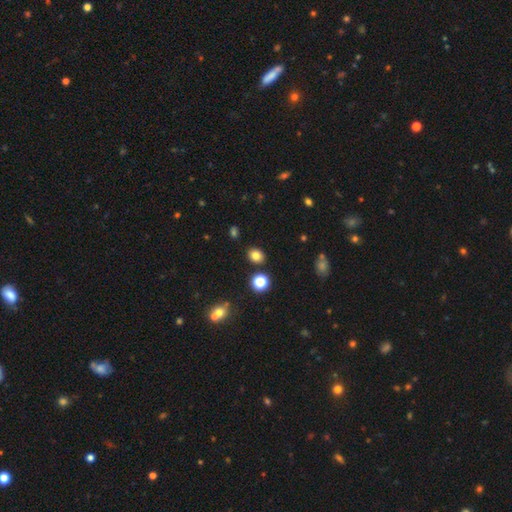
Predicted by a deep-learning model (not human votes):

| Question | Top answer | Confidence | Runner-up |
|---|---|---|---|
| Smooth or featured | smooth | 80% | star or artifact (14%) |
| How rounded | round | 53% | in between (46%) |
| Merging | none | 86% | minor disturbance (8%) |